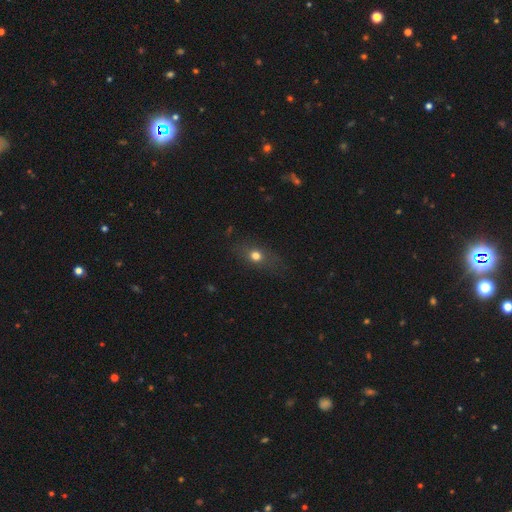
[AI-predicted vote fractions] A smooth galaxy with no disk features (65%) that is in between round and cigar-shaped (49%).

Vote fractions:
- Smooth or featured? smooth: 65% / featured or disk: 19% / star or artifact: 16%
- How rounded? in between: 49% / round: 37% / cigar-shaped: 13%
- Merging? none: 77% / minor disturbance: 15% / major disturbance: 6% / merger: 2%